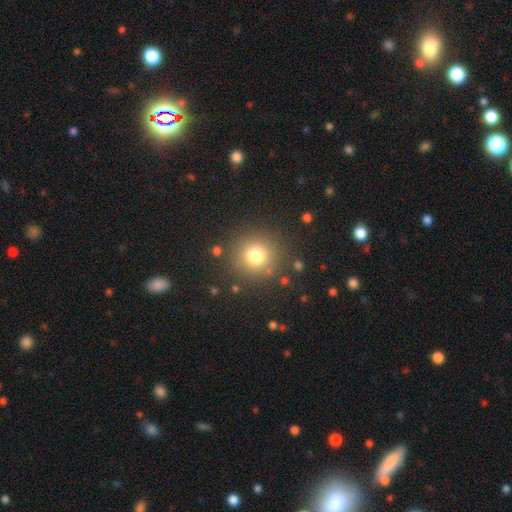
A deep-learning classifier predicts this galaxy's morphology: Smooth or featured? Predicted: smooth (p=0.76). How rounded? Predicted: round (p=0.94). Merging? Predicted: none (p=0.86).